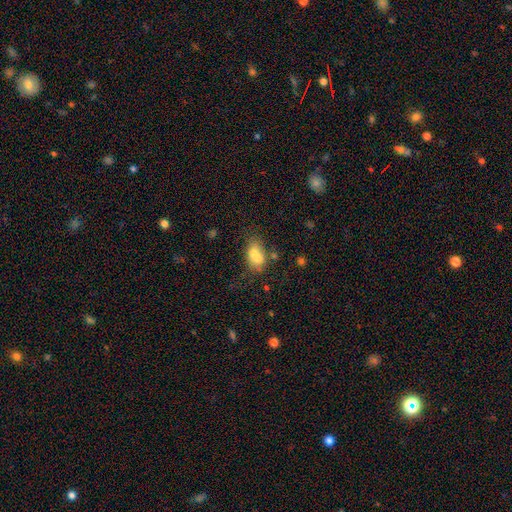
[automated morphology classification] A smooth galaxy with no disk features (65%) that is in between round and cigar-shaped (71%). Merging: merger (57%).